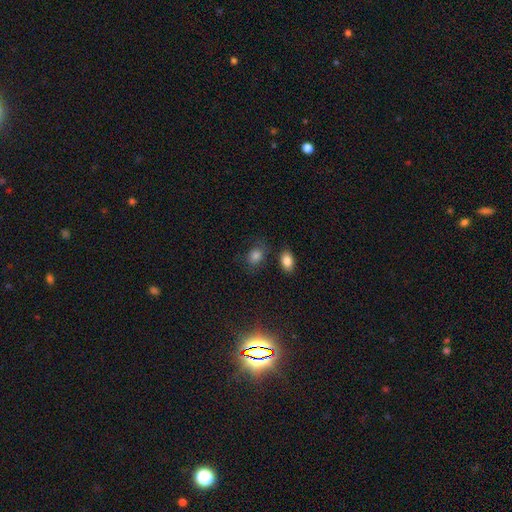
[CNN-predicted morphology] Smooth or featured? Predicted: smooth (p=0.79). How rounded? Predicted: in between (p=0.66). Merging? Predicted: none (p=0.72).